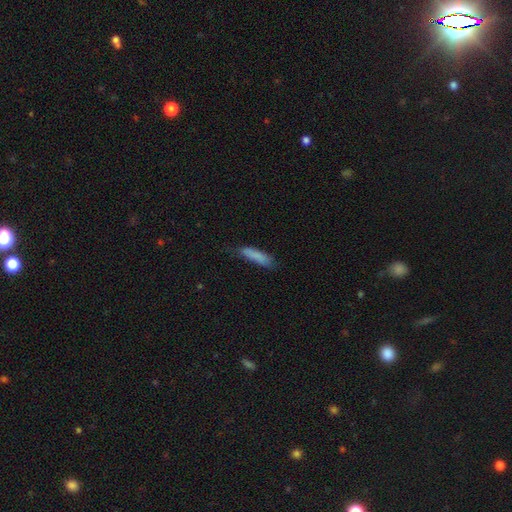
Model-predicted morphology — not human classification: A smooth galaxy with no disk features (83%) that is cigar-shaped (77%). Merging: none (69%).